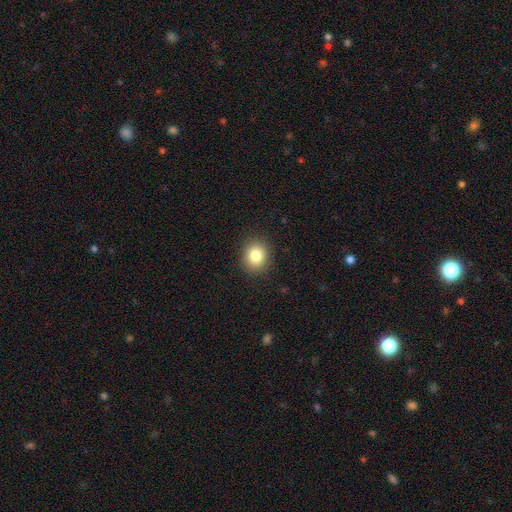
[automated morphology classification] Smooth or featured? Predicted: smooth (p=0.83). How rounded? Predicted: round (p=0.72). Merging? Predicted: none (p=0.90).